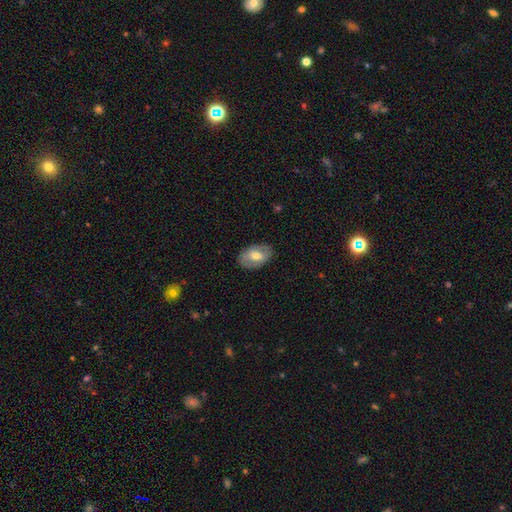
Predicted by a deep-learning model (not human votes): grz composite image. It shows a smooth galaxy with no disk features (54%) that is in between round and cigar-shaped (88%). Merging: none (83%).